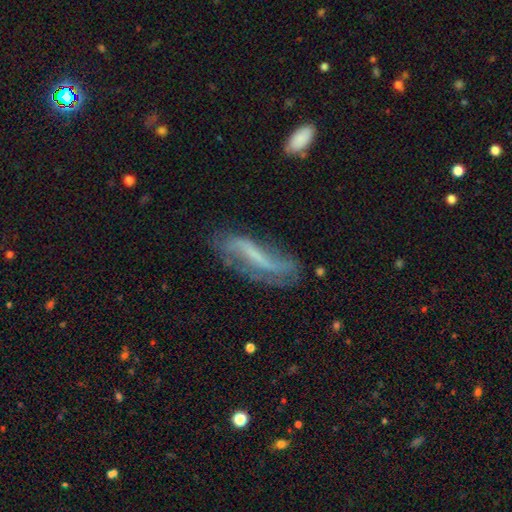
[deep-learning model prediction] This is likely a featured or disk galaxy (65%). It is likely not viewed edge-on (75%). Merging: possibly none (53%).